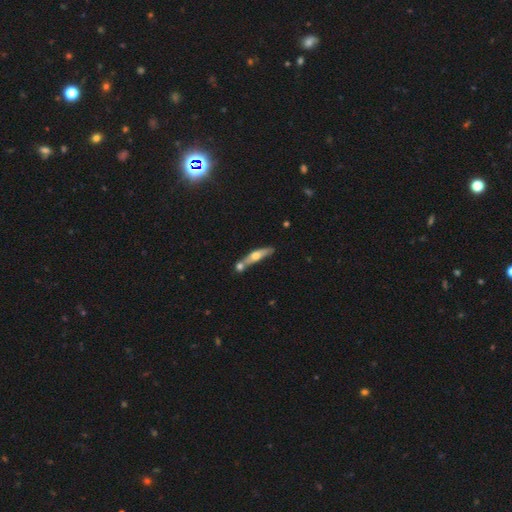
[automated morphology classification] A featured or disk galaxy (49%).

Vote fractions:
- Smooth or featured? featured or disk: 49% / smooth: 45% / star or artifact: 6%
- Merging? none: 50% / merger: 33% / minor disturbance: 13% / major disturbance: 4%